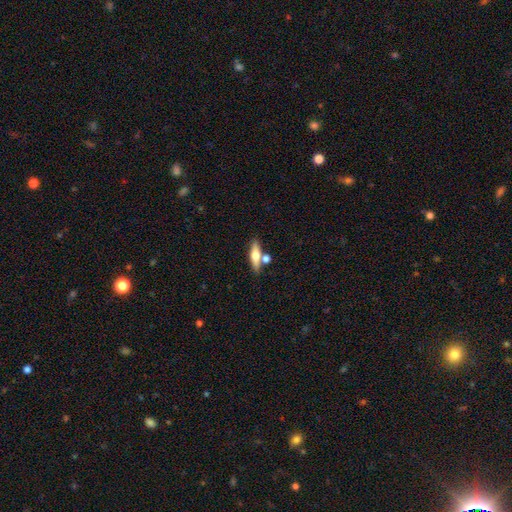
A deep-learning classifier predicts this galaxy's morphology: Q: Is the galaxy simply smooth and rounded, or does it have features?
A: smooth — 54%.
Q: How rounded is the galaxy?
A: cigar-shaped — 55%.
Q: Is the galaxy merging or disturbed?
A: none — 67%.